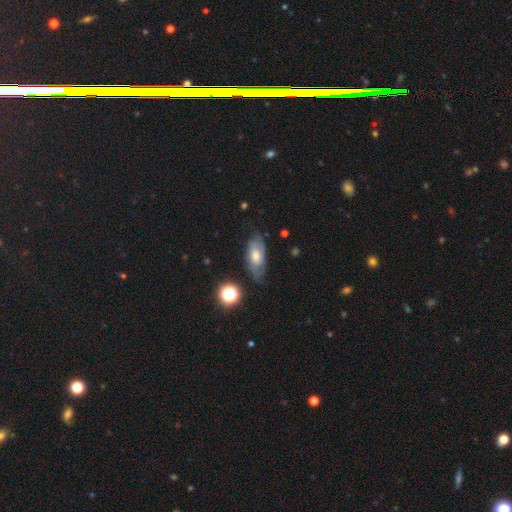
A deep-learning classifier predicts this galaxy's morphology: Smooth or featured?
  - featured or disk: 48% *
  - smooth: 40%
  - star or artifact: 11%
Merging?
  - none: 66% *
  - minor disturbance: 24%
  - major disturbance: 8%
  - merger: 2%